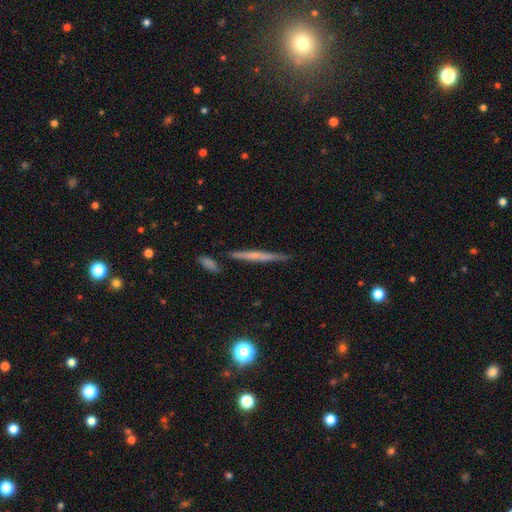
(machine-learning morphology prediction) type=smooth (47%); merging=none (83%).